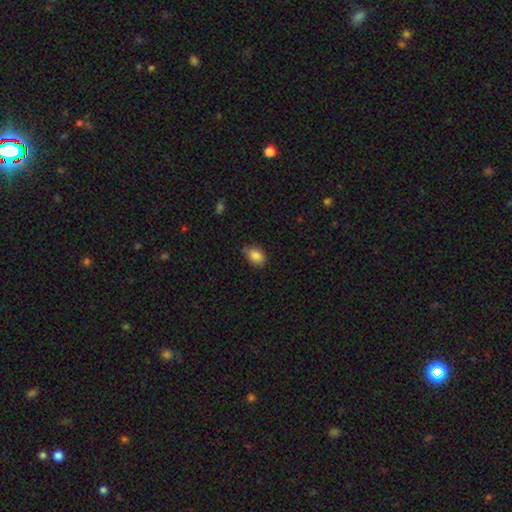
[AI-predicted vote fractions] Morphology: type=smooth (85%); roundness=in between (79%); merging=none (71%).